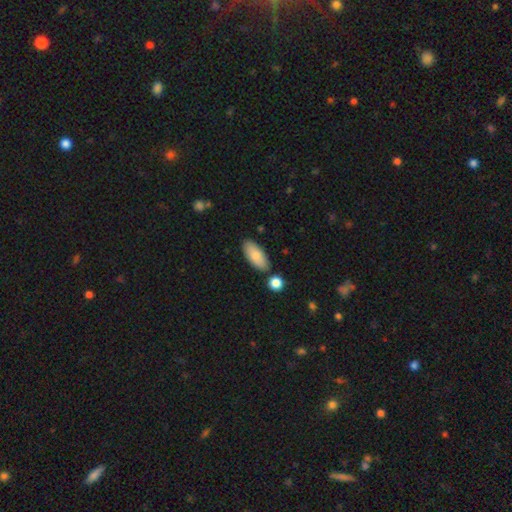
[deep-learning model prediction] This appears to be a smooth galaxy with no disk features (84%) that is in between round and cigar-shaped (87%). Merging: none (80%).